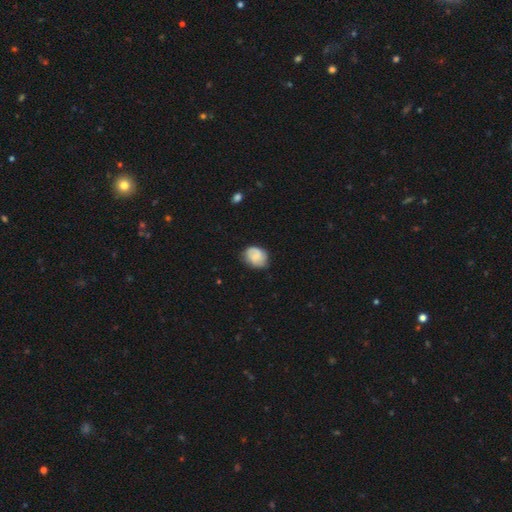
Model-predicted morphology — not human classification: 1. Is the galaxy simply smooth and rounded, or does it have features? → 61% smooth, 31% featured or disk, 8% star or artifact.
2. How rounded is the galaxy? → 52% in between, 47% round, 1% cigar-shaped.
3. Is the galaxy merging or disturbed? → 69% none, 24% minor disturbance, 6% major disturbance, 1% merger.